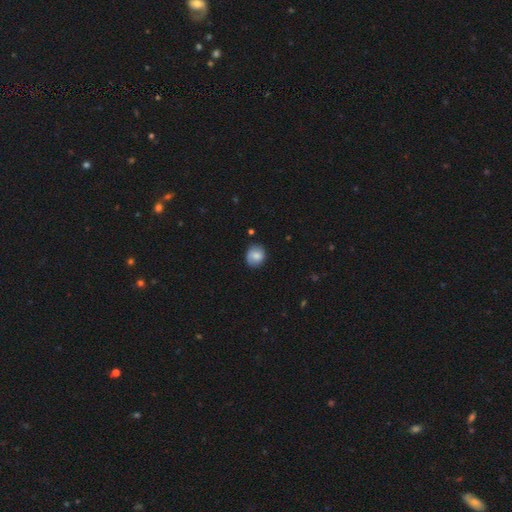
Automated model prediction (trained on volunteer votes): Smooth or featured: smooth — 73% (featured or disk — 19%)
How rounded: round — 75% (in between — 24%)
Merging: none — 78% (minor disturbance — 17%)